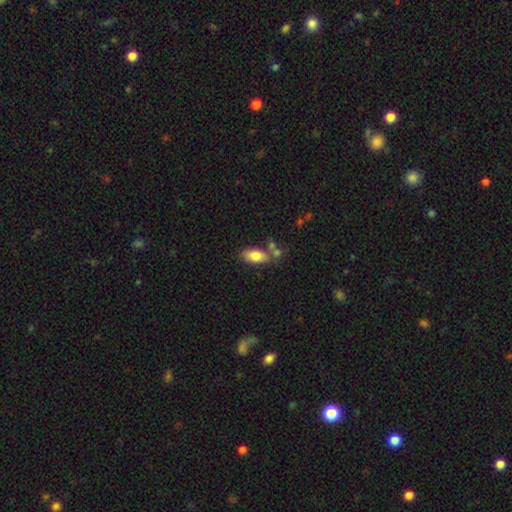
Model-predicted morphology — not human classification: A smooth galaxy with no disk features (78%) that is in between round and cigar-shaped (89%). Merging: none (58%).